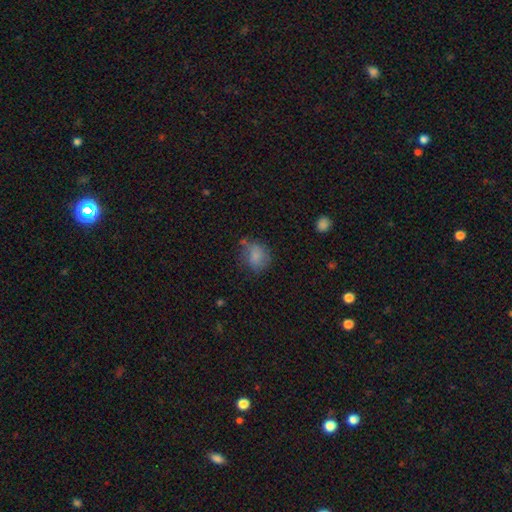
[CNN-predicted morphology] A smooth galaxy with no disk features (75%) that is round (64%).

Vote fractions:
- Smooth or featured? smooth: 75% / featured or disk: 14% / star or artifact: 11%
- How rounded? round: 64% / in between: 35% / cigar-shaped: 1%
- Merging? none: 54% / minor disturbance: 28% / major disturbance: 13% / merger: 4%